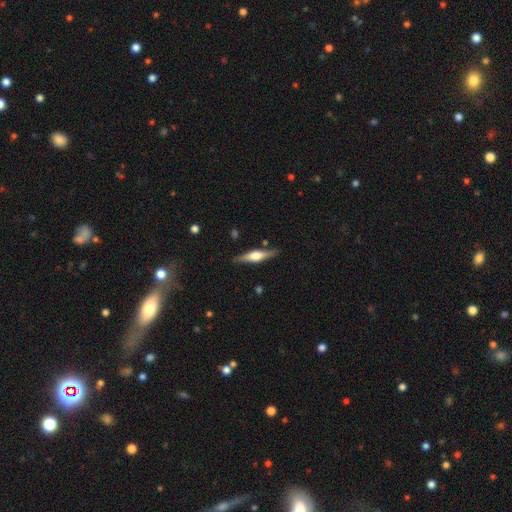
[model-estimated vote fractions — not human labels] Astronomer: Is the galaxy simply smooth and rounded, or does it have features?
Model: featured or disk — 70%.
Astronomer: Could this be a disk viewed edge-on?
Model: yes — 97%.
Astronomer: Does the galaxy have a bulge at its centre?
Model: rounded — 87%.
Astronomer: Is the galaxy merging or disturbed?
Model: none — 87%.